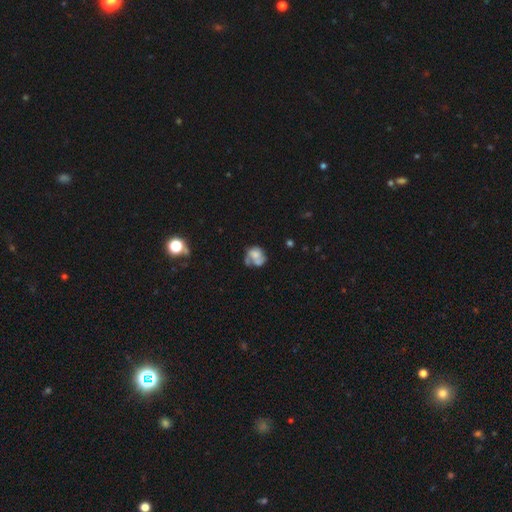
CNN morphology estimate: This appears to be a featured or disk galaxy (47%). Merging: none (33%).